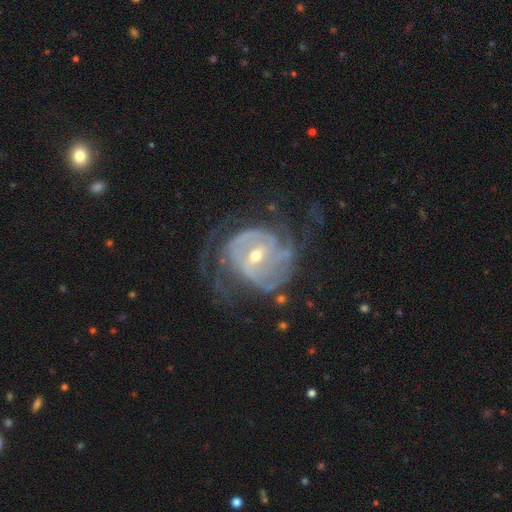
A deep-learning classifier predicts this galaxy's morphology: A featured or disk galaxy (90%) with a weak bar (46%), 2 (36%) tight (49%) spiral arms (95%) and a small central bulge (51%).

Vote fractions:
- Smooth or featured? featured or disk: 90% / star or artifact: 5% / smooth: 5%
- Edge-on disk? no: 97% / yes: 3%
- Bar? weak: 46% / strong: 27% / no: 27%
- Spiral arms? yes: 95% / no: 5%
- Spiral winding? tight: 49% / medium: 38% / loose: 13%
- Spiral arm count? 2: 36% / can't tell: 24% / 3: 20% / 4: 8% / 1: 6% / more than 4: 5%
- Bulge size? small: 51% / moderate: 45% / large: 2% / none: 1% / dominant: 1%
- Merging? none: 55% / major disturbance: 23% / minor disturbance: 19% / merger: 2%